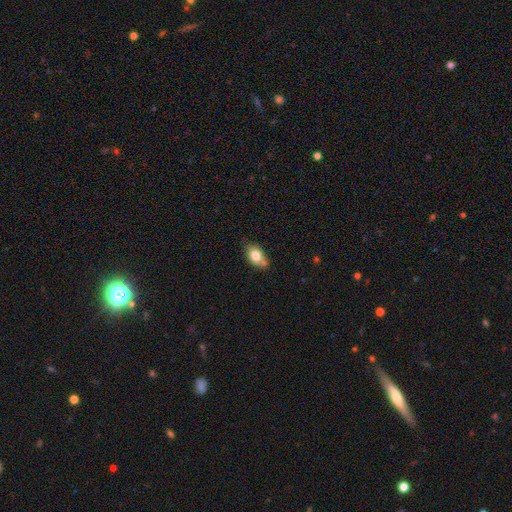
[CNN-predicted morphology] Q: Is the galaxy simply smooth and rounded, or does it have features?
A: smooth — 79%.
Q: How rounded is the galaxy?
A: in between — 83%.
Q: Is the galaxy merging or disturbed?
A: none — 57%.